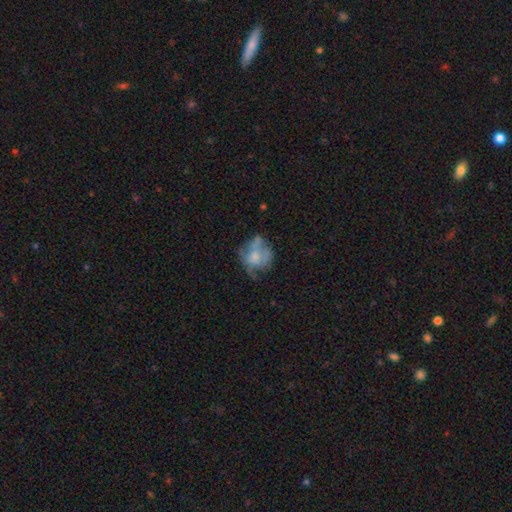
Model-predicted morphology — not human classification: A featured or disk galaxy (48%). Merging: none (42%).